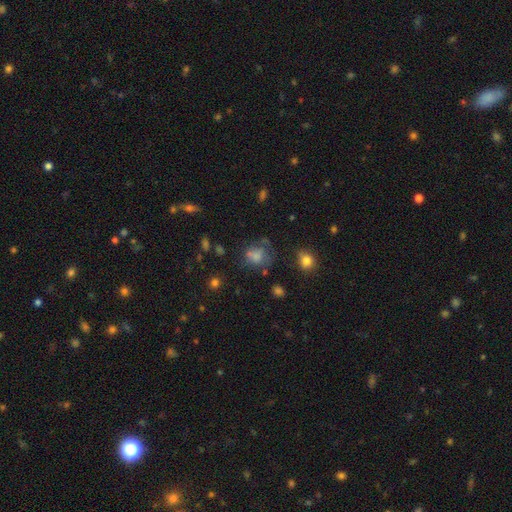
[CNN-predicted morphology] type=smooth (64%); roundness=round (63%); merging=none (41%).